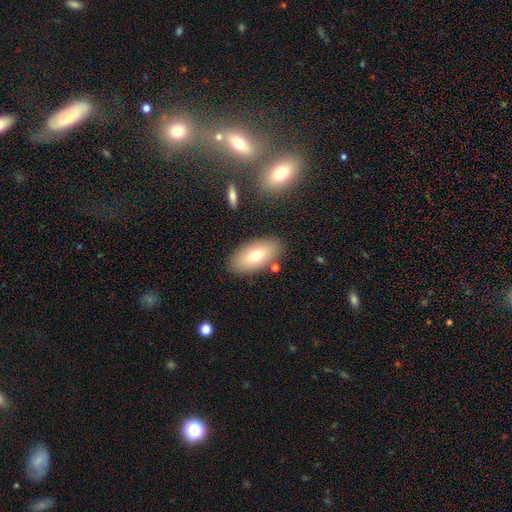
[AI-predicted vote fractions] Smooth or featured: smooth — 70% (featured or disk — 22%)
How rounded: in between — 92% (cigar-shaped — 5%)
Merging: none — 83% (minor disturbance — 10%)